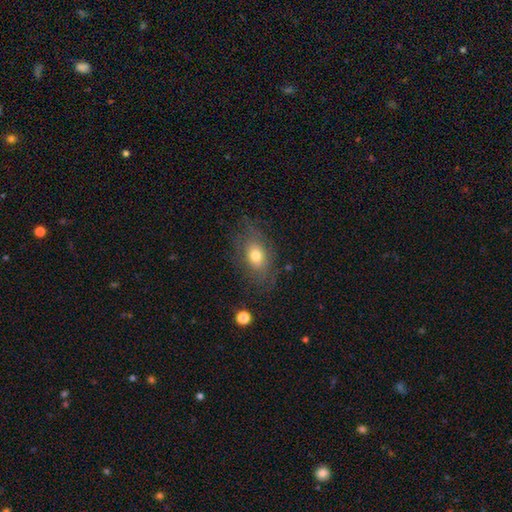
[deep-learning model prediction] Overall: smooth (64%; featured or disk 25%). How rounded: in between (80%). Merging: none (71%).